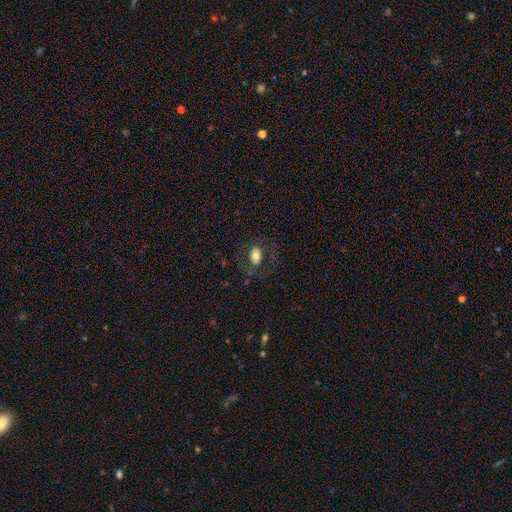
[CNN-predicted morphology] smooth-or-featured: smooth: 69% | featured or disk: 21% | star or artifact: 9%
  how-rounded: in between: 77% | round: 21% | cigar-shaped: 1%
  merging: none: 76% | minor disturbance: 13% | major disturbance: 10% | merger: 1%